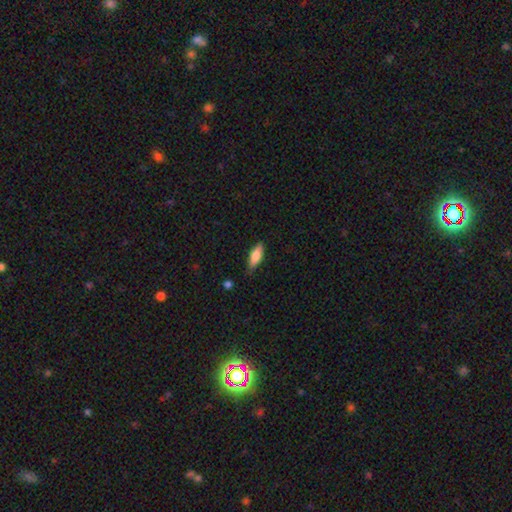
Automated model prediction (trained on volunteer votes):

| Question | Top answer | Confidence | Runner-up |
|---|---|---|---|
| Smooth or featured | smooth | 75% | featured or disk (19%) |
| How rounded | in between | 63% | cigar-shaped (34%) |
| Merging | none | 80% | minor disturbance (16%) |